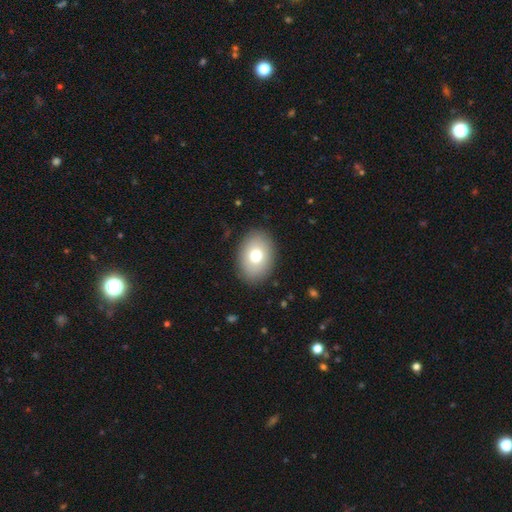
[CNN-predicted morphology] Q: Smooth or featured?
A: smooth (75%); runner-up: featured or disk (16%)
Q: How rounded?
A: in between (78%); runner-up: round (21%)
Q: Merging?
A: none (88%); runner-up: minor disturbance (8%)